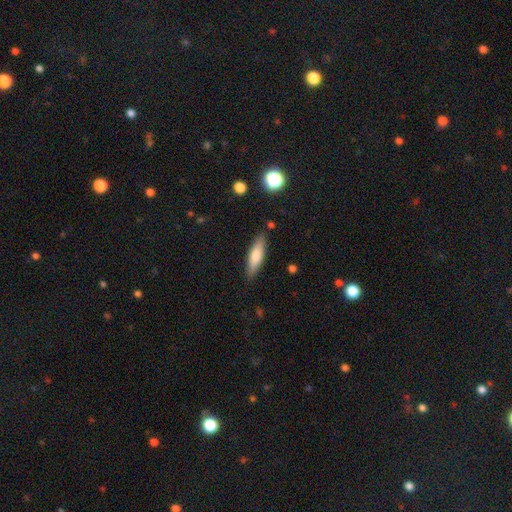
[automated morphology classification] smooth-or-featured: smooth: 72% | featured or disk: 22% | star or artifact: 6%
  how-rounded: cigar-shaped: 66% | in between: 32% | round: 2%
  merging: none: 86% | minor disturbance: 10% | major disturbance: 2% | merger: 2%